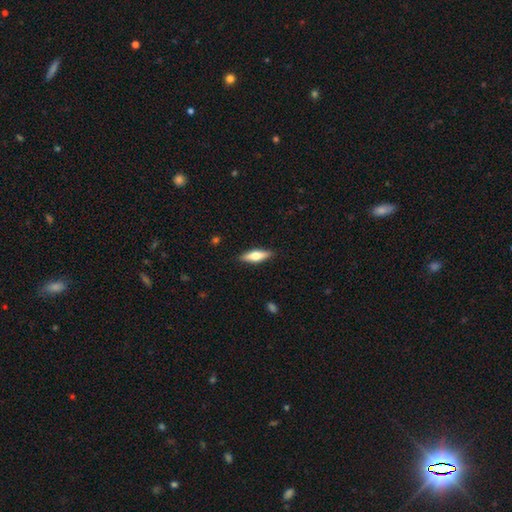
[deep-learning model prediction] smooth-or-featured: smooth: 55% | featured or disk: 39% | star or artifact: 6%
  how-rounded: cigar-shaped: 49% | in between: 48% | round: 2%
  merging: none: 89% | minor disturbance: 8% | major disturbance: 2% | merger: 1%